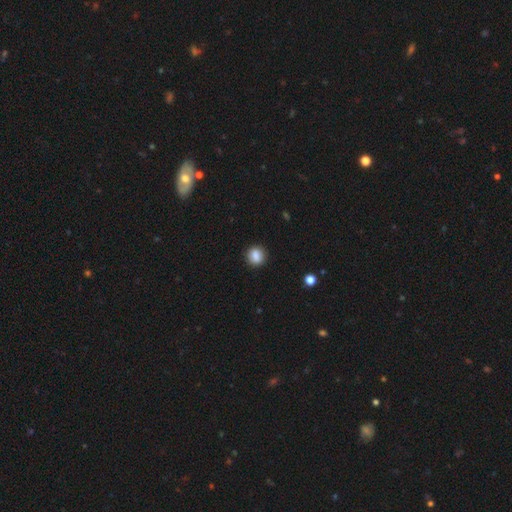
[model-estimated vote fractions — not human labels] Smooth or featured? smooth (86%)
How rounded? round (78%)
Merging? none (88%)